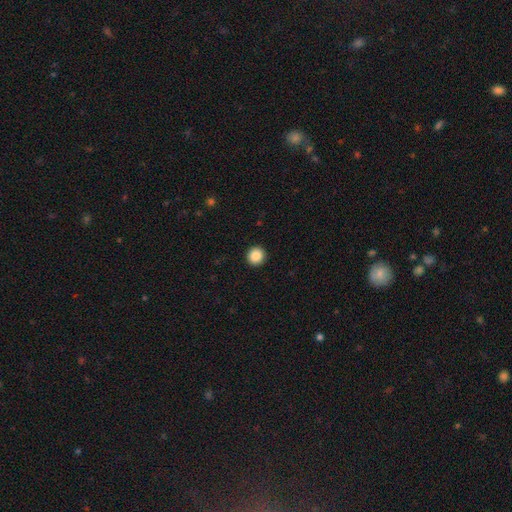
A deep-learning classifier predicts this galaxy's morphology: The model was most divided on "smooth or featured": smooth: 88%, star or artifact: 9%, featured or disk: 3%. More confident: how rounded — round (95%); merging — none (93%).